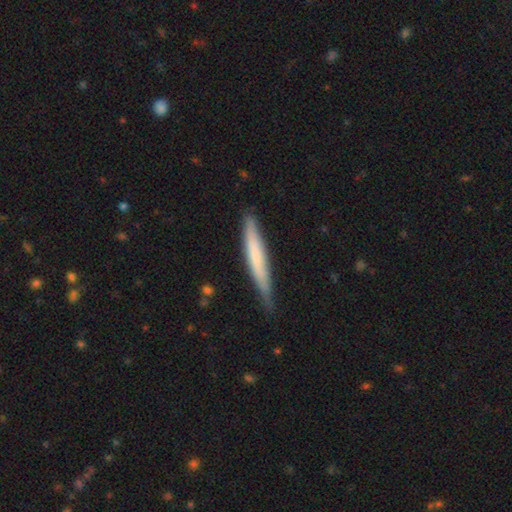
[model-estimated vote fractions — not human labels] This appears to be a smooth galaxy with no disk features (59%) that is cigar-shaped (95%). Merging: none (76%).